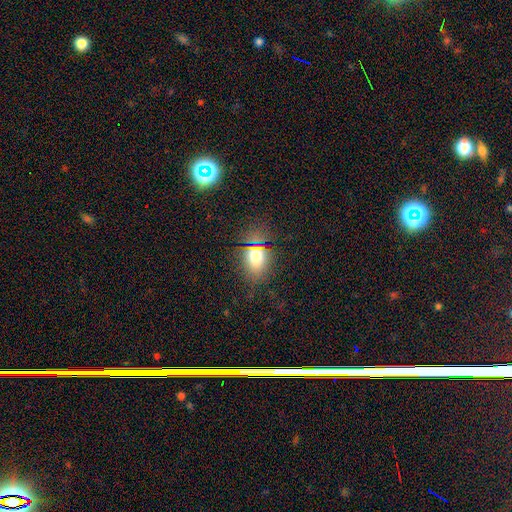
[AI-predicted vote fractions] A smooth galaxy with no disk features (69%) that is in between round and cigar-shaped (59%). Merging: none (72%).